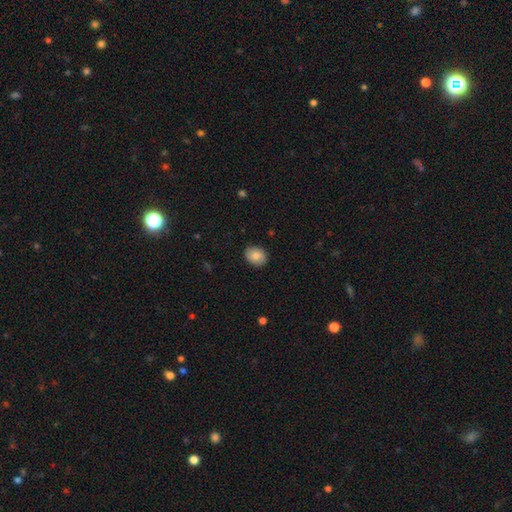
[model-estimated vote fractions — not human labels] Smooth or featured? smooth (83%)
How rounded? in between (50%)
Merging? none (87%)